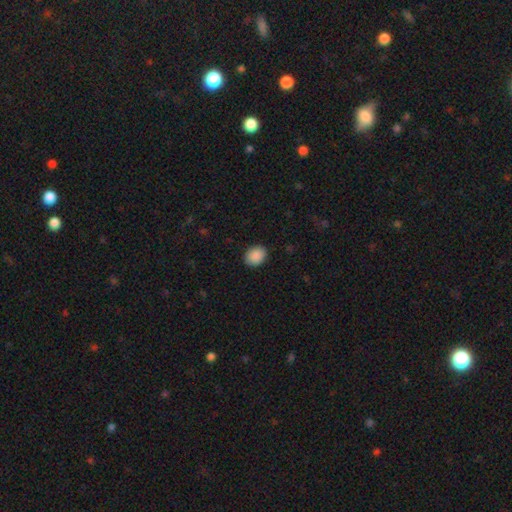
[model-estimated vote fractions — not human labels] smooth_or_featured: smooth (p=0.90) [alt: star or artifact p=0.07]
how_rounded: in between (p=0.55) [alt: round p=0.44]
merging: none (p=0.89) [alt: minor disturbance p=0.08]